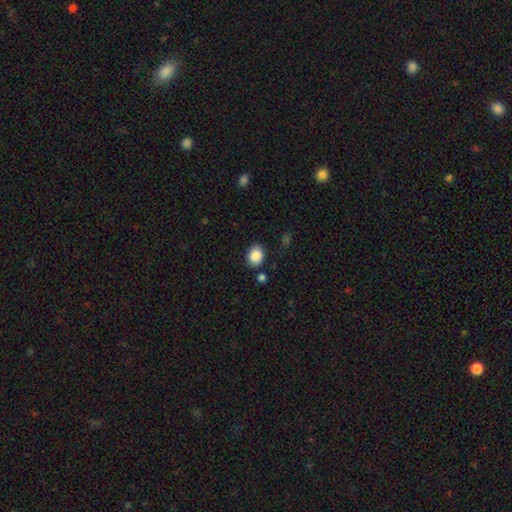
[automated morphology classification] A smooth galaxy with no disk features (87%) that is in between round and cigar-shaped (55%). Merging: none (82%).